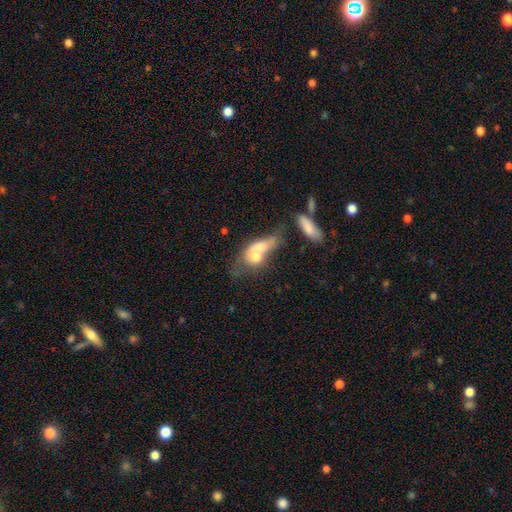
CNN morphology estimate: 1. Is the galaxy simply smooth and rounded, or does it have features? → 60% smooth, 31% featured or disk, 9% star or artifact.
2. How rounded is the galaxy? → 61% in between, 27% round, 13% cigar-shaped.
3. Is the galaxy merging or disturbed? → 64% merger, 14% major disturbance, 13% none, 9% minor disturbance.